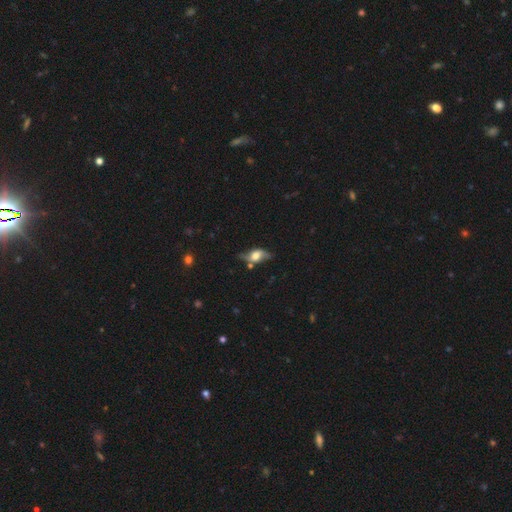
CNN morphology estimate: Smooth or featured?
  - featured or disk: 57% *
  - smooth: 36%
  - star or artifact: 8%
Edge-on disk?
  - no: 70% *
  - yes: 30%
Merging?
  - none: 58% *
  - minor disturbance: 25%
  - major disturbance: 10%
  - merger: 6%